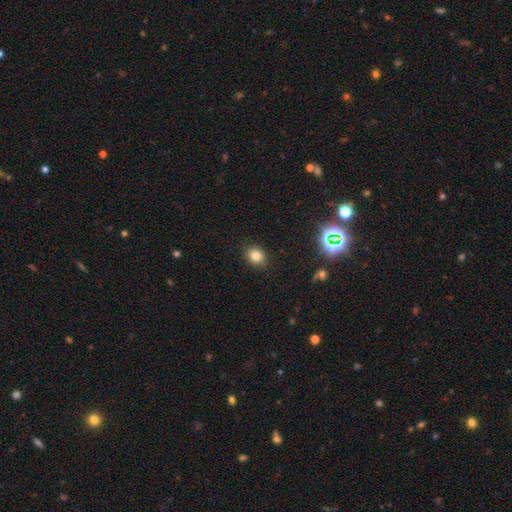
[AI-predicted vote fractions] This appears to be a smooth galaxy with no disk features (80%) that is round (54%). Merging: none (88%).